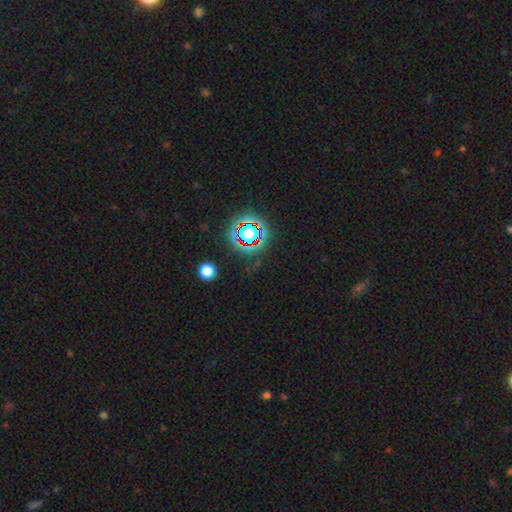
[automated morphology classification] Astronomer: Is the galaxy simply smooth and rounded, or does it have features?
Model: star or artifact — 76%.